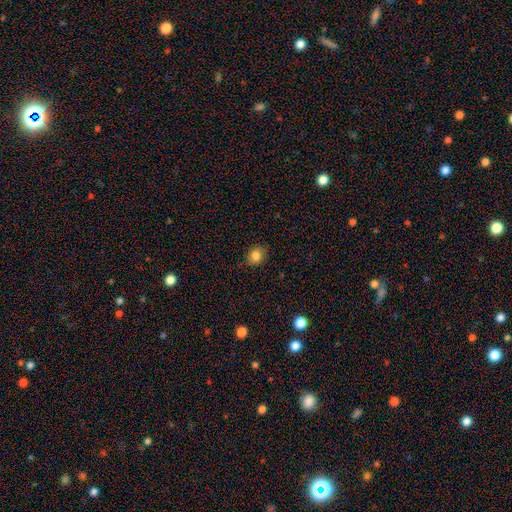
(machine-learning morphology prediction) This appears to be a smooth galaxy with no disk features (83%) that is round (70%). Merging: none (82%).